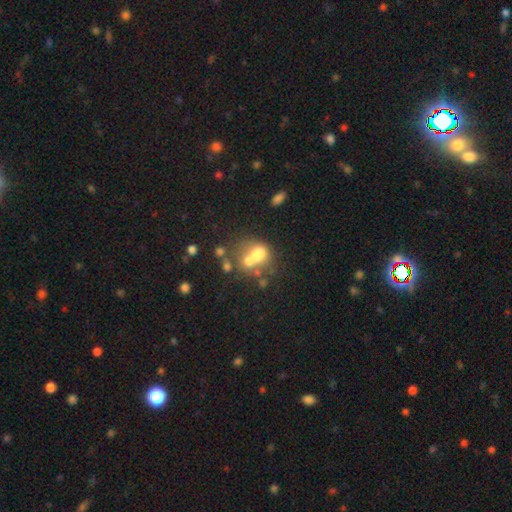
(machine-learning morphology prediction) Smooth or featured? Predicted: smooth (p=0.51). How rounded? Predicted: in between (p=0.62). Merging? Predicted: merger (p=0.50).